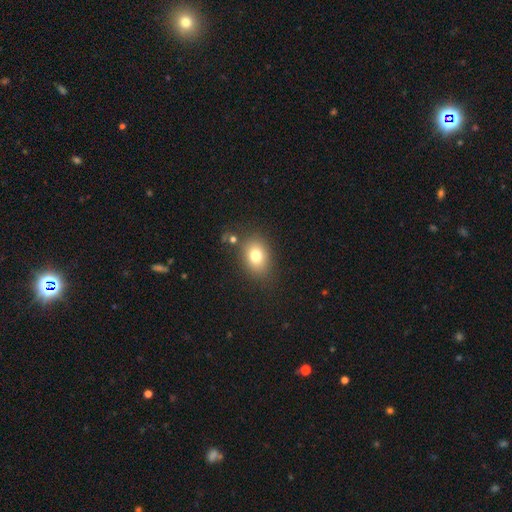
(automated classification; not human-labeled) Smooth or featured: smooth — 77% (star or artifact — 11%)
How rounded: in between — 65% (round — 34%)
Merging: none — 79% (minor disturbance — 12%)